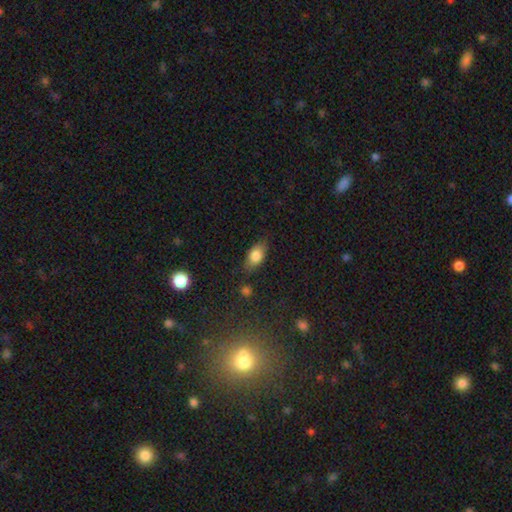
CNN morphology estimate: The model was most divided on "merging": none: 76%, minor disturbance: 18%, major disturbance: 4%, merger: 2%. More confident: how rounded — in between (87%); smooth or featured — smooth (80%).